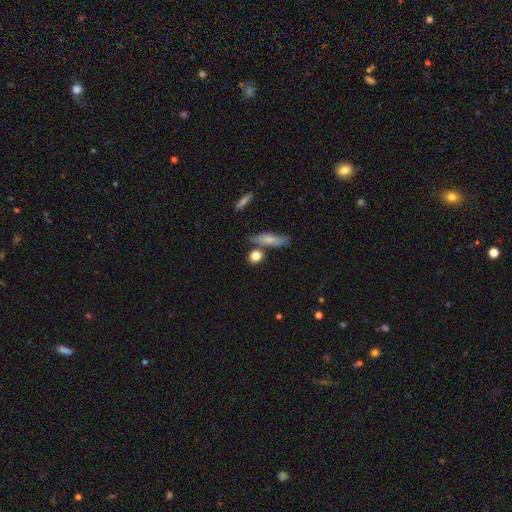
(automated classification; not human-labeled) smooth-or-featured: smooth: 81% | featured or disk: 11% | star or artifact: 9%
  how-rounded: round: 64% | in between: 22% | cigar-shaped: 13%
  merging: none: 70% | merger: 14% | minor disturbance: 12% | major disturbance: 4%